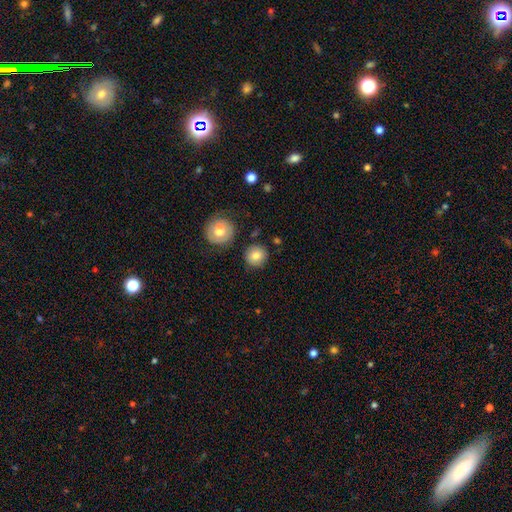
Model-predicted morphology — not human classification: type=smooth (81%); roundness=round (93%); merging=none (84%).